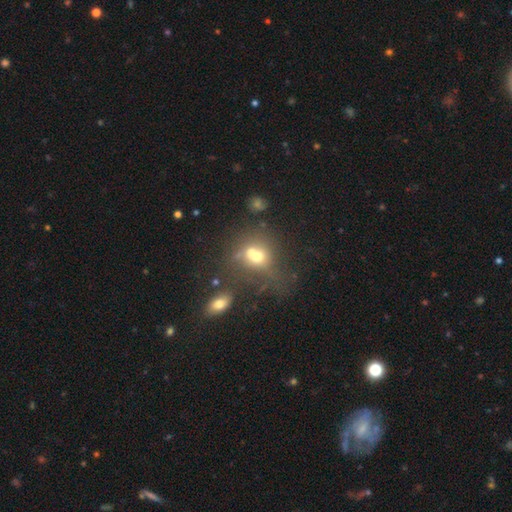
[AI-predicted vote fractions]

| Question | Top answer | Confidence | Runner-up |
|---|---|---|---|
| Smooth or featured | smooth | 59% | featured or disk (23%) |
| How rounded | round | 66% | in between (32%) |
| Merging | merger | 45% | none (30%) |